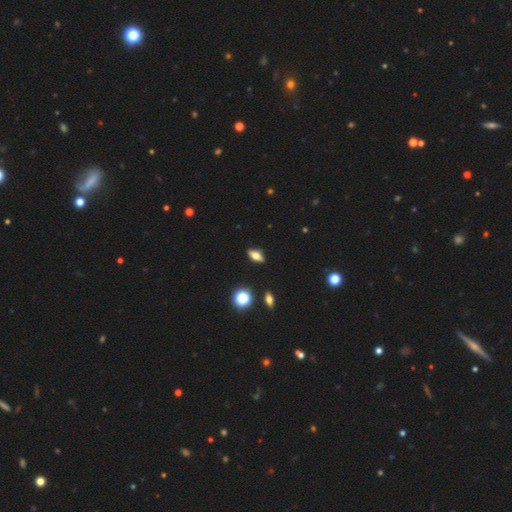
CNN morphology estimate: type=smooth (54%); roundness=in between (74%); merging=none (88%).